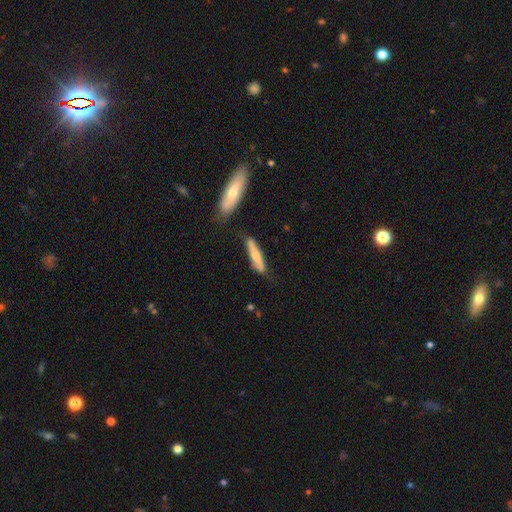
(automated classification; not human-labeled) Smooth or featured?
  - smooth: 56% *
  - featured or disk: 38%
  - star or artifact: 5%
How rounded?
  - cigar-shaped: 82% *
  - in between: 16%
  - round: 2%
Merging?
  - none: 68% *
  - minor disturbance: 20%
  - merger: 7%
  - major disturbance: 5%